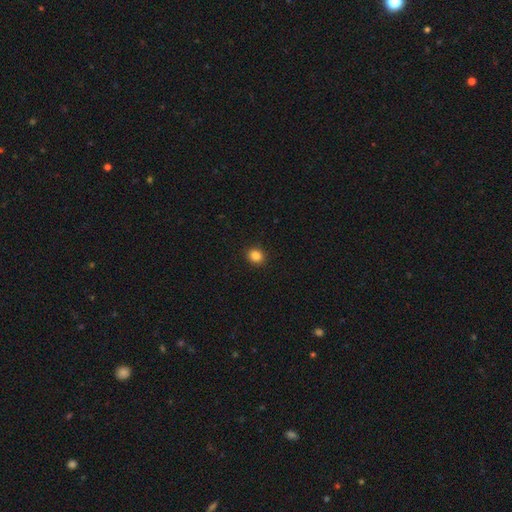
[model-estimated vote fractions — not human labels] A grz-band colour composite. It shows a smooth galaxy with no disk features (85%) that is round (79%). Merging: none (92%).